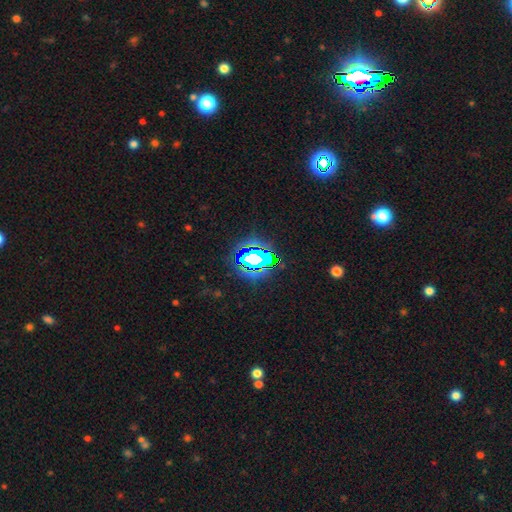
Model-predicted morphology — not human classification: smooth-or-featured: star or artifact: 79% | smooth: 13% | featured or disk: 8%